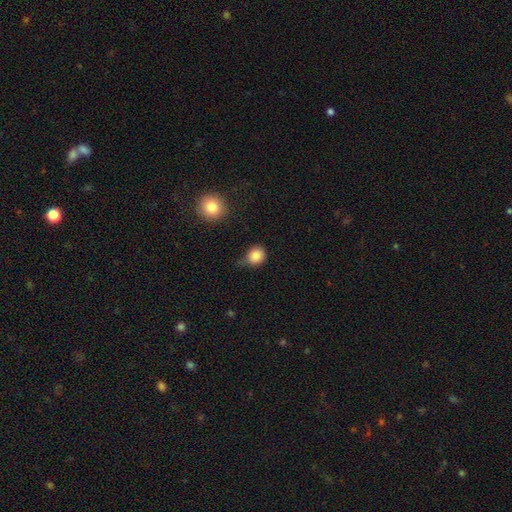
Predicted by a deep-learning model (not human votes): This is clearly a smooth galaxy (85%). How rounded: clearly round (81%). Merging: possibly none (55%).